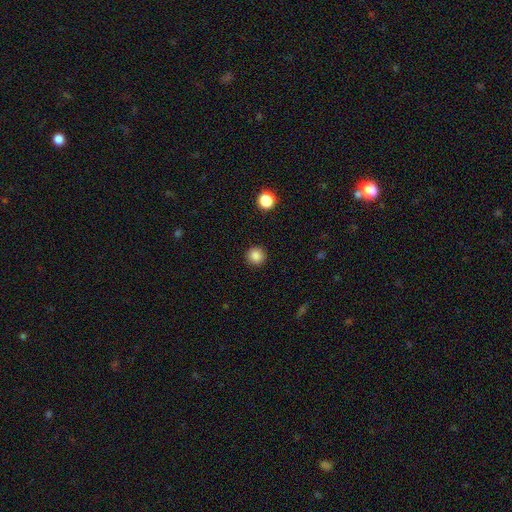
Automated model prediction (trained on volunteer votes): This appears to be a smooth galaxy with no disk features (86%) that is round (95%). Merging: none (92%).